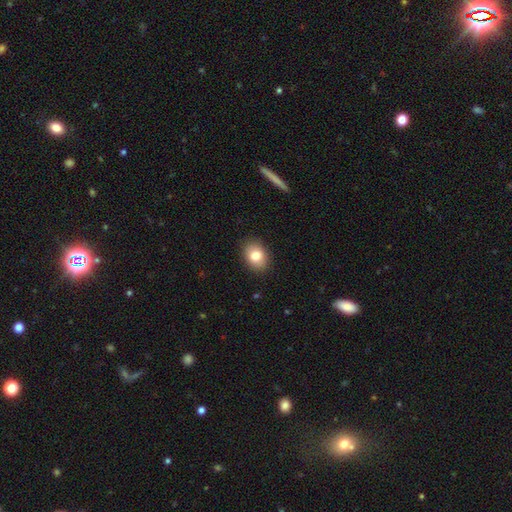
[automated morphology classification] smooth 81%, featured or disk 10%, star or artifact 9%. Down the decision tree: how rounded — in between (65%); merging — none (88%).